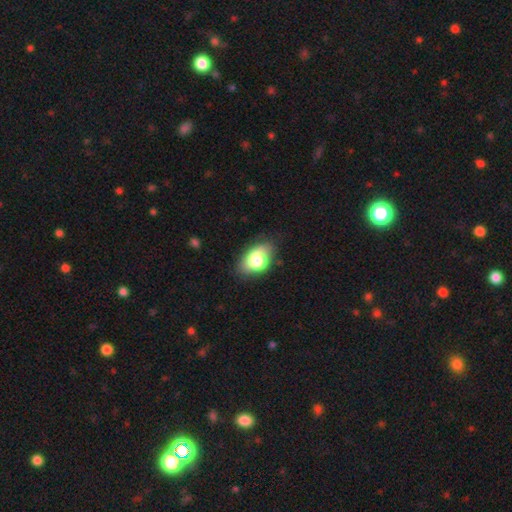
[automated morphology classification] Smooth or featured: smooth — 71% (featured or disk — 20%)
How rounded: in between — 84% (round — 13%)
Merging: none — 75% (minor disturbance — 19%)